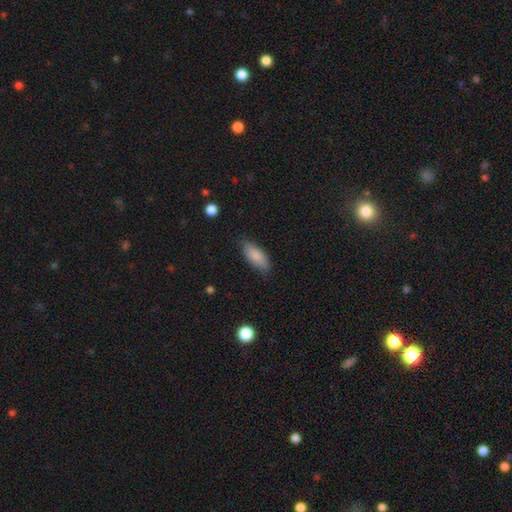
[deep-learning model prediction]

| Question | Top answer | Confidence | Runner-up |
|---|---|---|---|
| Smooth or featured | smooth | 84% | featured or disk (9%) |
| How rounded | in between | 83% | cigar-shaped (15%) |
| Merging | none | 79% | minor disturbance (16%) |